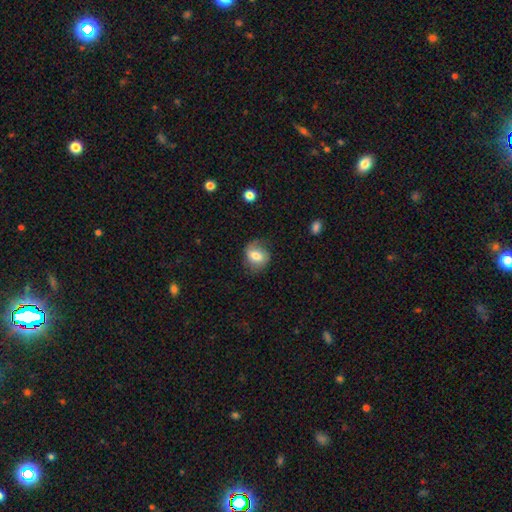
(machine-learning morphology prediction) A smooth galaxy with no disk features (64%) that is round (58%). Merging: none (65%).